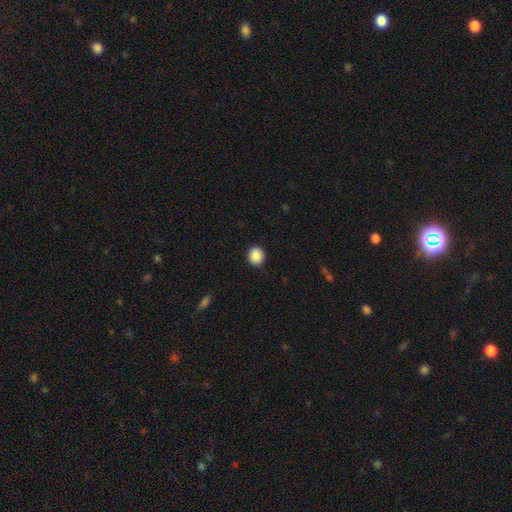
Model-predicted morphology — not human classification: A smooth galaxy with no disk features (88%) that is round (80%).

Vote fractions:
- Smooth or featured? smooth: 88% / star or artifact: 8% / featured or disk: 3%
- How rounded? round: 80% / in between: 19% / cigar-shaped: 1%
- Merging? none: 90% / minor disturbance: 7% / major disturbance: 2% / merger: 1%